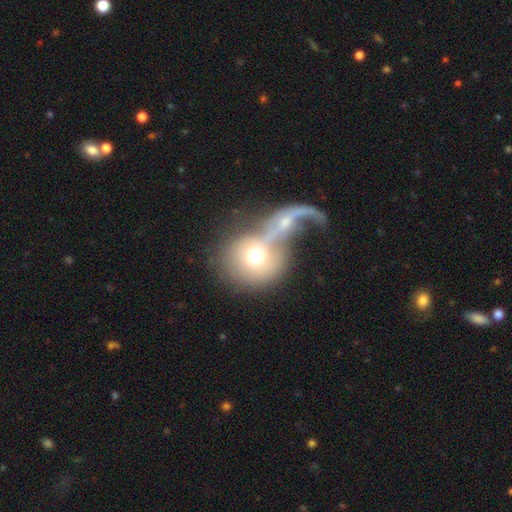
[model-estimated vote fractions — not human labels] A smooth galaxy with no disk features (58%) that is round (79%).

Vote fractions:
- Smooth or featured? smooth: 58% / featured or disk: 32% / star or artifact: 10%
- How rounded? round: 79% / in between: 18% / cigar-shaped: 2%
- Merging? merger: 64% / none: 17% / major disturbance: 13% / minor disturbance: 6%